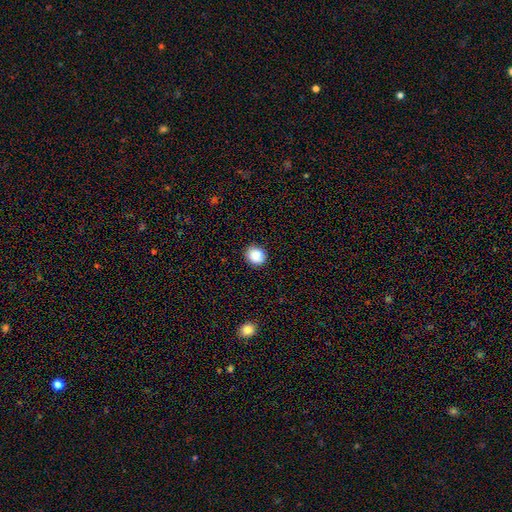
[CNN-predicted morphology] smooth_or_featured: smooth (p=0.88) [alt: star or artifact p=0.08]
how_rounded: round (p=0.80) [alt: in between p=0.20]
merging: none (p=0.90) [alt: minor disturbance p=0.07]